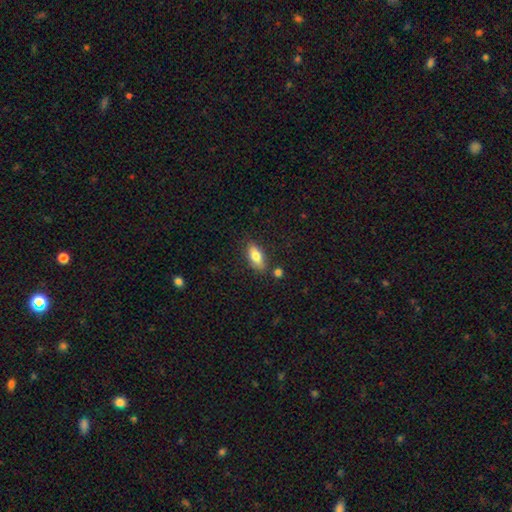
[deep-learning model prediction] Morphology: type=smooth (75%); roundness=in between (77%); merging=none (78%).